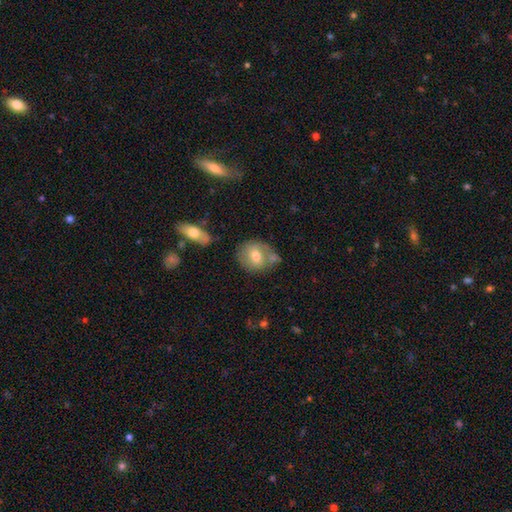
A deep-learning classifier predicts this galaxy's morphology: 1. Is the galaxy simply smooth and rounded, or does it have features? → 66% smooth, 27% featured or disk, 7% star or artifact.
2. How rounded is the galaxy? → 65% round, 33% in between, 1% cigar-shaped.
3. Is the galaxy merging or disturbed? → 53% none, 21% merger, 20% minor disturbance, 6% major disturbance.